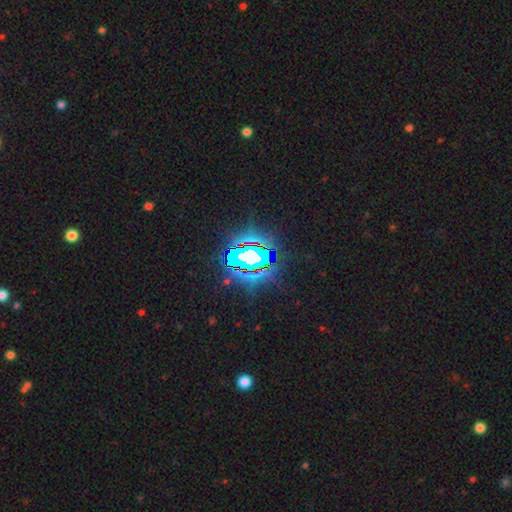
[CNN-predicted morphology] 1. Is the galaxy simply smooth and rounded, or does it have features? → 67% star or artifact, 17% featured or disk, 16% smooth.